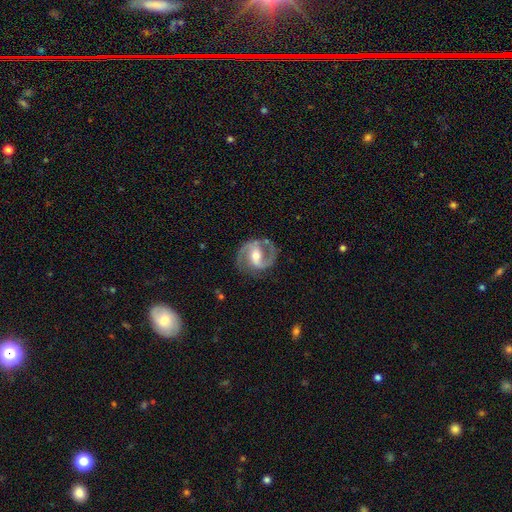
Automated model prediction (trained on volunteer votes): Morphology: type=featured or disk (90%); edge-on=no (98%); bar=weak (44%); spiral arms=yes (97%); winding=medium (61%); arm count=2 (92%); bulge=moderate (67%); merging=none (80%).